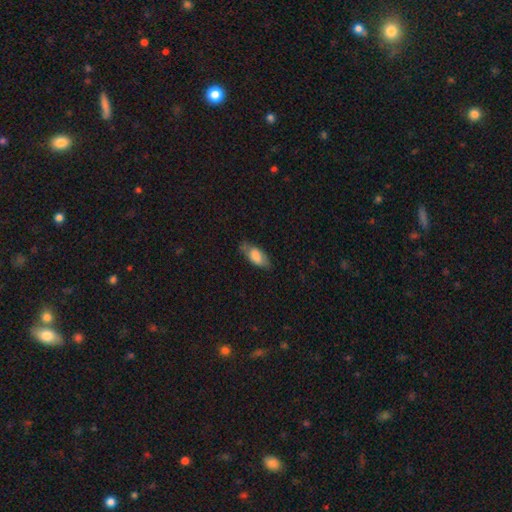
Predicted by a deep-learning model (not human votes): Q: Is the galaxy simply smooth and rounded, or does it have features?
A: smooth — 73%.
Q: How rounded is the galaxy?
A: in between — 84%.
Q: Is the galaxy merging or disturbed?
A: none — 67%.